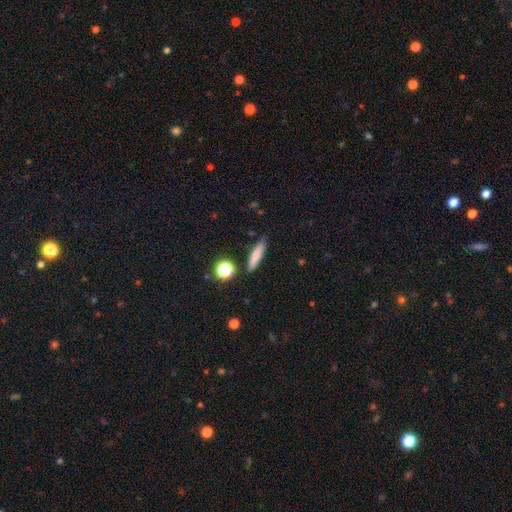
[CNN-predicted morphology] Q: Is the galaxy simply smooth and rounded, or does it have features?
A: smooth — 78%.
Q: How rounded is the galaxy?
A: cigar-shaped — 79%.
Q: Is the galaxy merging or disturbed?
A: none — 84%.